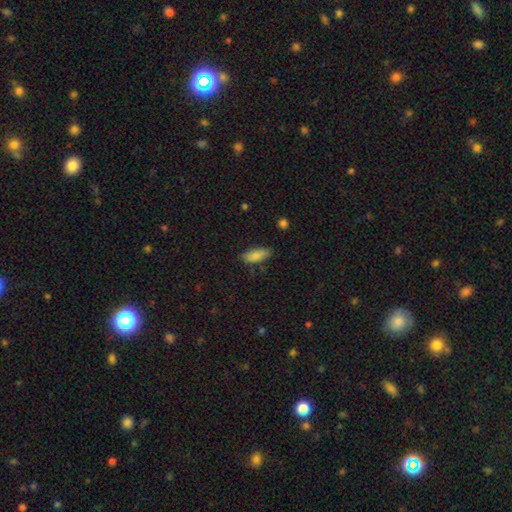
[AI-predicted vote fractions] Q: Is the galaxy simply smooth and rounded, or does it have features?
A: smooth — 84%.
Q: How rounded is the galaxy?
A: in between — 74%.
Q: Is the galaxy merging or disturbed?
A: none — 81%.